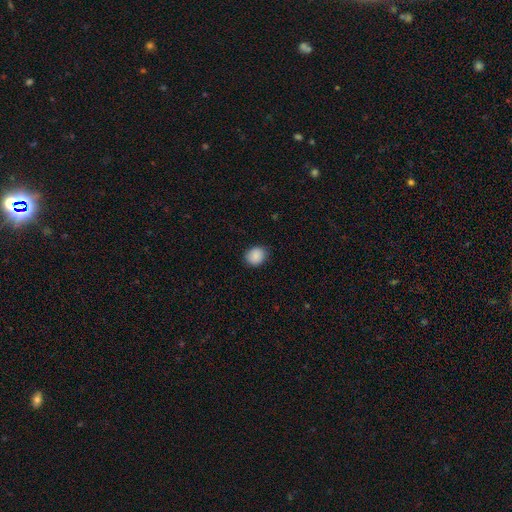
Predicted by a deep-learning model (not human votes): smooth_or_featured: smooth (p=0.89) [alt: star or artifact p=0.08]
how_rounded: round (p=0.72) [alt: in between p=0.27]
merging: none (p=0.85) [alt: minor disturbance p=0.11]